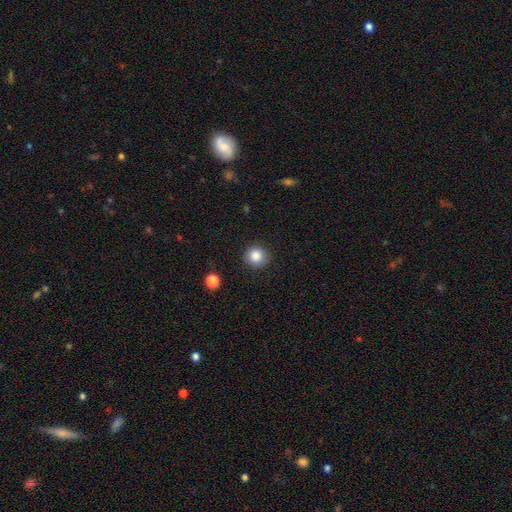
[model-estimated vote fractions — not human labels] A smooth galaxy with no disk features (85%) that is round (89%). Merging: none (88%).